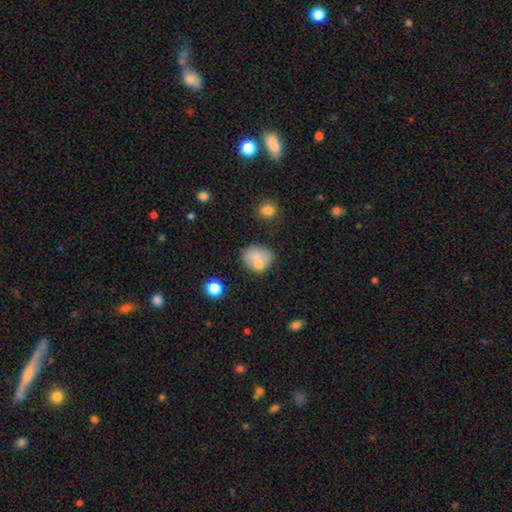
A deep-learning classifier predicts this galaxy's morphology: smooth-or-featured: smooth: 70% | featured or disk: 20% | star or artifact: 10%
  how-rounded: round: 53% | in between: 45% | cigar-shaped: 1%
  merging: none: 44% | merger: 33% | minor disturbance: 16% | major disturbance: 7%